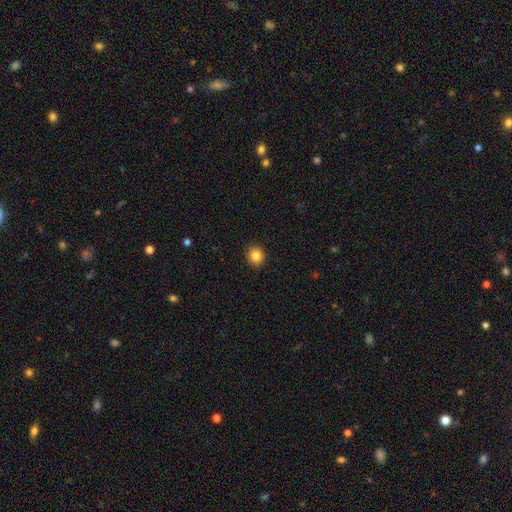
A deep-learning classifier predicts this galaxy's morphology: Smooth or featured? Predicted: smooth (p=0.84). How rounded? Predicted: round (p=0.86). Merging? Predicted: none (p=0.92).